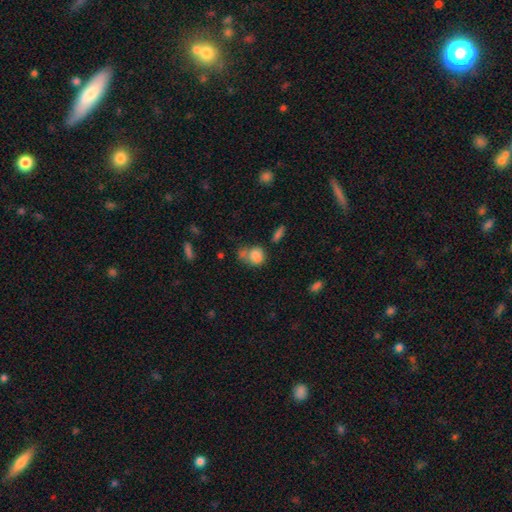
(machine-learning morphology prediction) This is clearly a smooth galaxy (80%). How rounded: possibly round (60%). Merging: marginally none (38%).